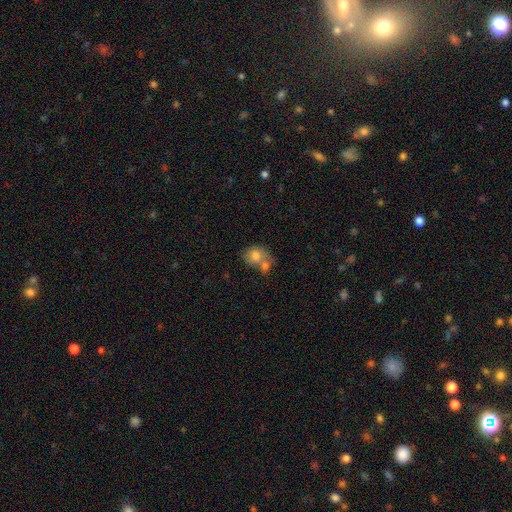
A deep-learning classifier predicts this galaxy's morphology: Smooth or featured? Predicted: smooth (p=0.76). How rounded? Predicted: round (p=0.53). Merging? Predicted: merger (p=0.57).